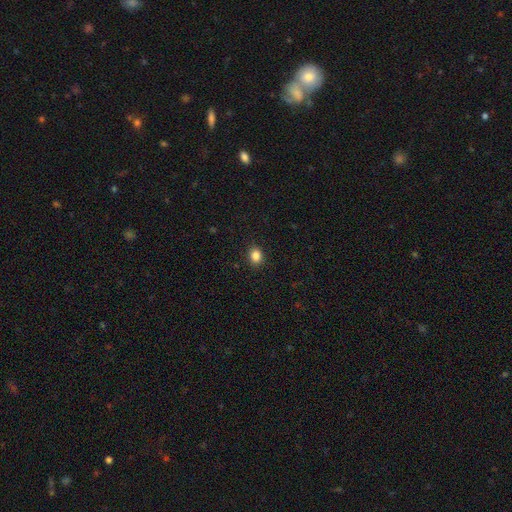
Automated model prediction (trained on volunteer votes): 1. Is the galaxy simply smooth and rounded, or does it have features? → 86% smooth, 11% star or artifact, 4% featured or disk.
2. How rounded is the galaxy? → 52% round, 47% in between, 1% cigar-shaped.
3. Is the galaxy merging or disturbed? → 90% none, 7% minor disturbance, 2% major disturbance, 1% merger.